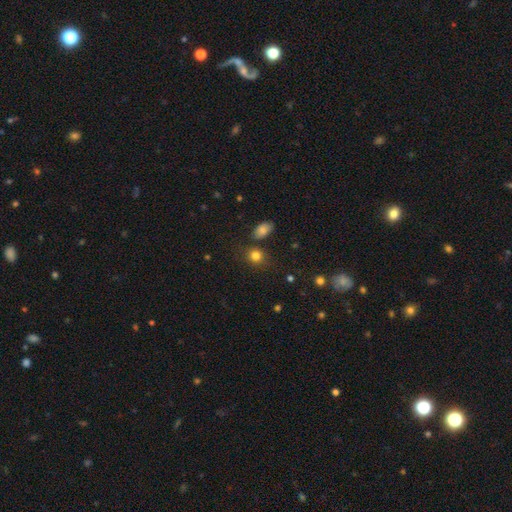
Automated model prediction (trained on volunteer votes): Overall: smooth (81%). How rounded: round (68%; in between 30%). Merging: none (73%).